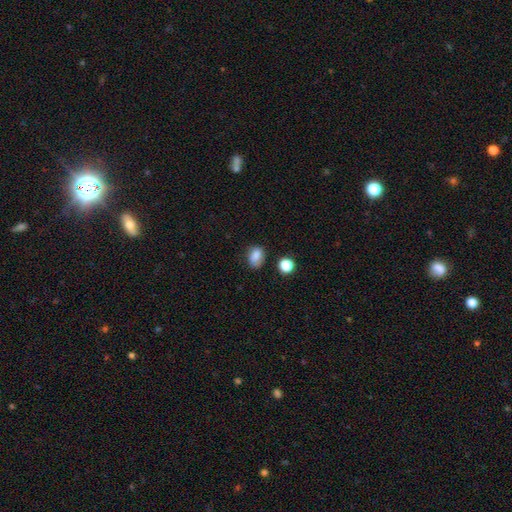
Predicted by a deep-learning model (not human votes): Smooth or featured? smooth (82%)
How rounded? in between (65%)
Merging? none (66%)